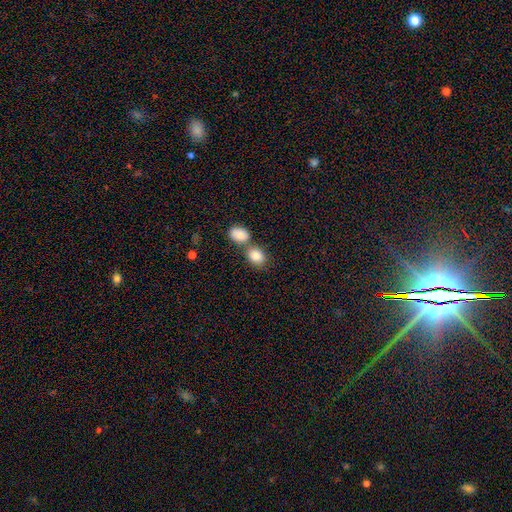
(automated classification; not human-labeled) Morphology: type=smooth (85%); roundness=in between (62%); merging=none (45%).